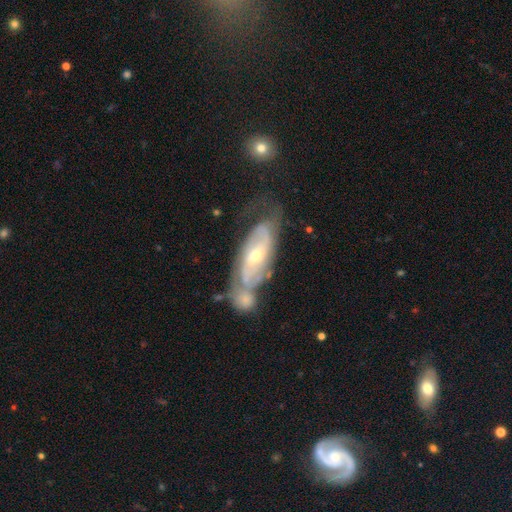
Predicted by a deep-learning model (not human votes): This is clearly a featured or disk galaxy (82%). It is clearly not viewed edge-on (90%). Bar: marginally no (42%). Spiral arm pattern: clearly yes (91%). Spiral arm count: likely 2 (63%). Spiral winding: possibly tight (47%). Central bulge: possibly moderate (50%). Merging: marginally none (43%).